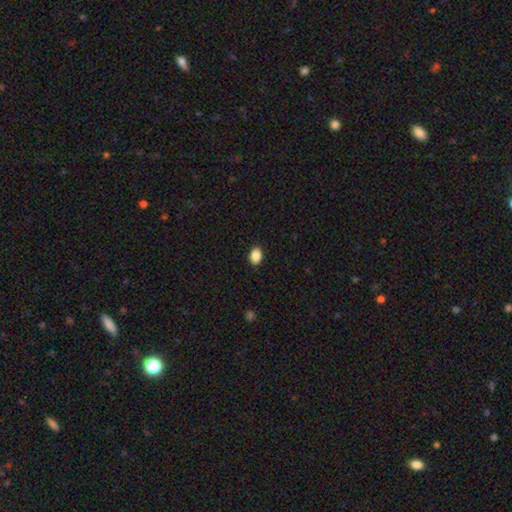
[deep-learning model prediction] Q: Smooth or featured?
A: smooth (88%); runner-up: star or artifact (8%)
Q: How rounded?
A: in between (77%); runner-up: round (22%)
Q: Merging?
A: none (89%); runner-up: minor disturbance (8%)